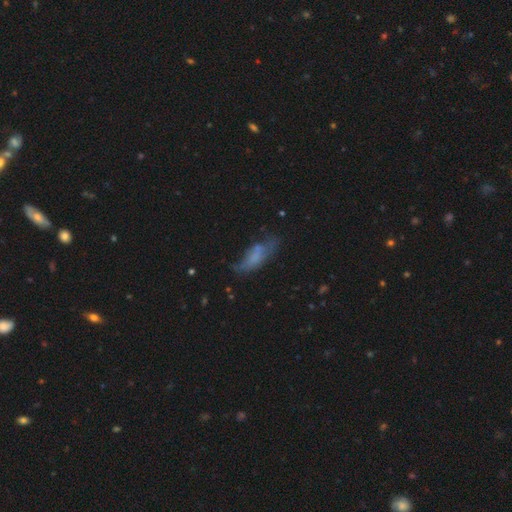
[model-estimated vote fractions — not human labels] Smooth or featured? Predicted: smooth (p=0.57). How rounded? Predicted: in between (p=0.61). Merging? Predicted: none (p=0.43).